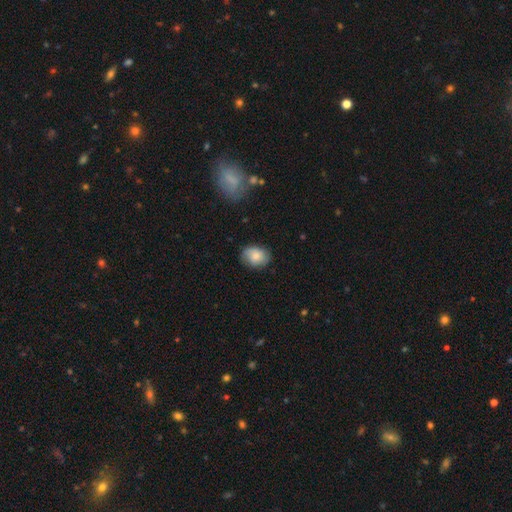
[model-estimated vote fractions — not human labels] Smooth or featured?
  - smooth: 75% *
  - featured or disk: 18%
  - star or artifact: 8%
How rounded?
  - in between: 59% *
  - round: 40%
  - cigar-shaped: 1%
Merging?
  - none: 76% *
  - minor disturbance: 19%
  - major disturbance: 4%
  - merger: 1%